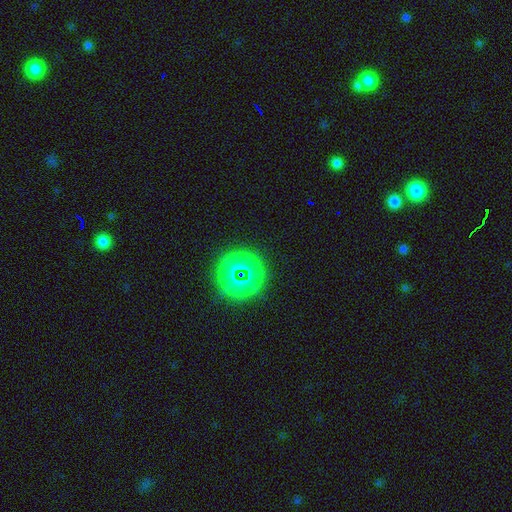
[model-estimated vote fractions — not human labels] Smooth or featured: star or artifact — 78% (smooth — 15%)